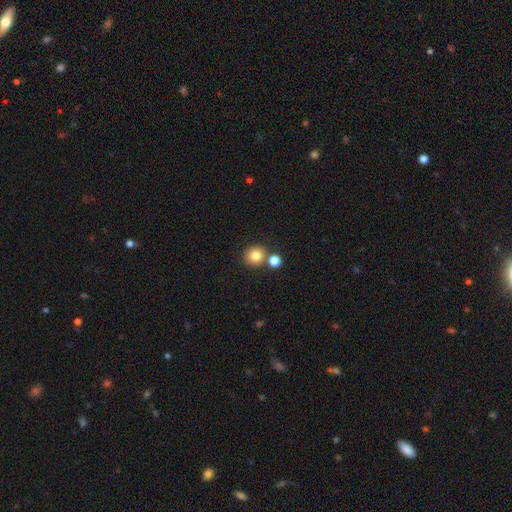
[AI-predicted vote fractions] A smooth galaxy with no disk features (81%) that is round (87%). Merging: none (71%).